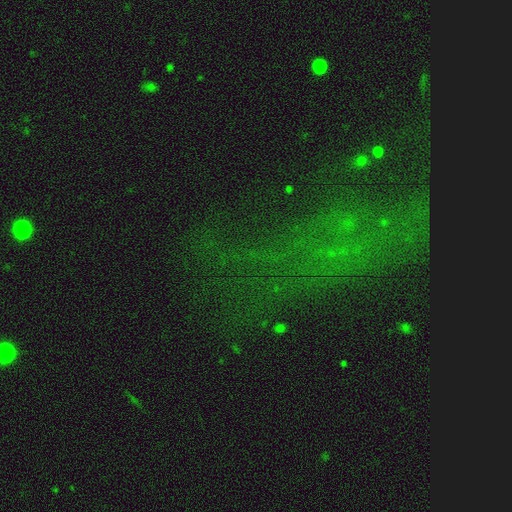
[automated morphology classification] star or artifact 59%, featured or disk 21%, smooth 20%.